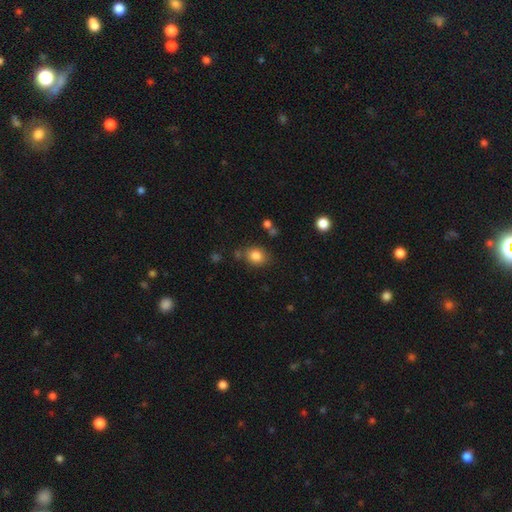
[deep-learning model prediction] A smooth galaxy with no disk features (84%) that is round (59%).

Vote fractions:
- Smooth or featured? smooth: 84% / star or artifact: 10% / featured or disk: 6%
- How rounded? round: 59% / in between: 40% / cigar-shaped: 1%
- Merging? none: 74% / minor disturbance: 14% / merger: 7% / major disturbance: 4%